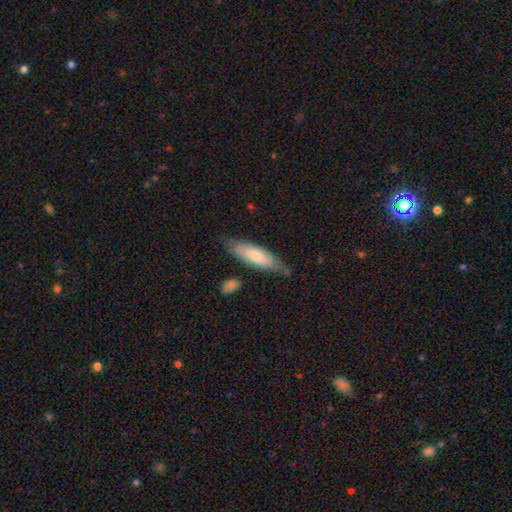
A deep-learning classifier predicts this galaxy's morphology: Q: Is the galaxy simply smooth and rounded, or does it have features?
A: smooth — 63%.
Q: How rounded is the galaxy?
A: cigar-shaped — 49%, tied with in between.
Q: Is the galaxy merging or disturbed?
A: none — 71%.